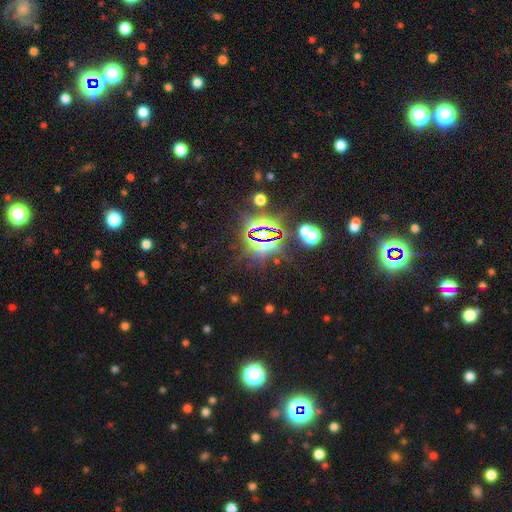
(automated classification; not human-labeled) star or artifact 82%, smooth 11%, featured or disk 7%.